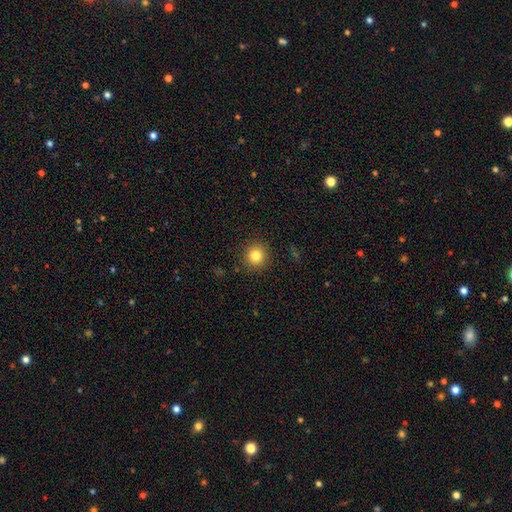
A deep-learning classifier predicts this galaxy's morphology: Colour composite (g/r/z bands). It shows a smooth galaxy with no disk features (82%) that is round (92%). Merging: none (90%).